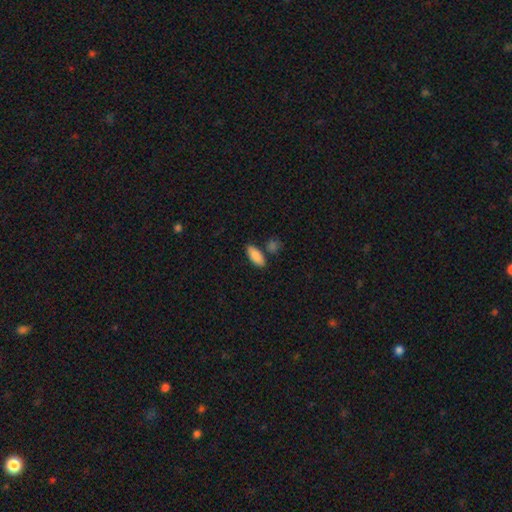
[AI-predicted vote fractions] A smooth galaxy with no disk features (87%) that is in between round and cigar-shaped (83%).

Vote fractions:
- Smooth or featured? smooth: 87% / featured or disk: 7% / star or artifact: 6%
- How rounded? in between: 83% / cigar-shaped: 14% / round: 2%
- Merging? none: 78% / minor disturbance: 11% / merger: 8% / major disturbance: 3%